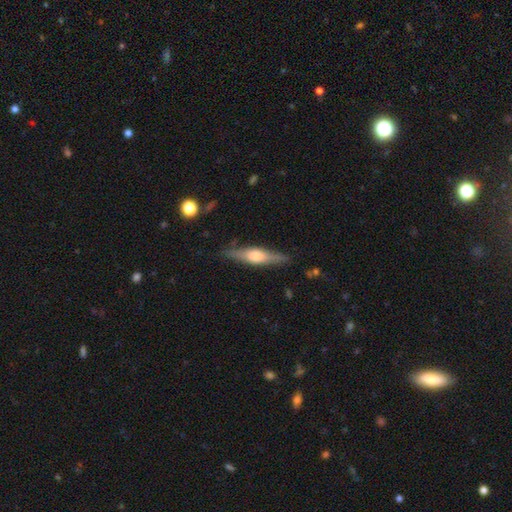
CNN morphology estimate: Q: Smooth or featured?
A: featured or disk (66%); runner-up: smooth (29%)
Q: Edge-on disk?
A: yes (96%); runner-up: no (4%)
Q: Edge-on bulge?
A: rounded (86%); runner-up: boxy (11%)
Q: Merging?
A: none (86%); runner-up: minor disturbance (10%)